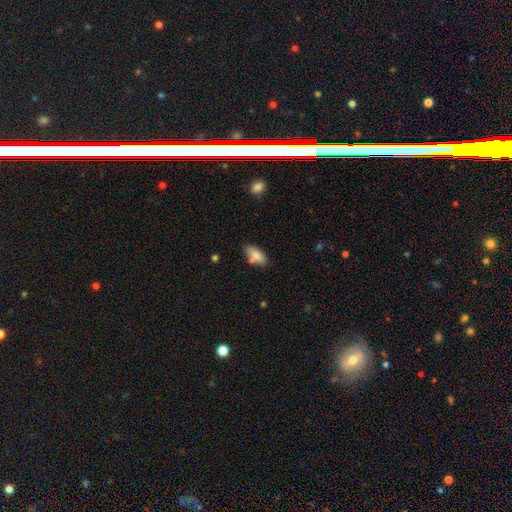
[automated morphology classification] Smooth or featured?
  - smooth: 82% *
  - featured or disk: 10%
  - star or artifact: 7%
How rounded?
  - in between: 88% *
  - cigar-shaped: 9%
  - round: 3%
Merging?
  - none: 65% *
  - minor disturbance: 19%
  - merger: 11%
  - major disturbance: 4%